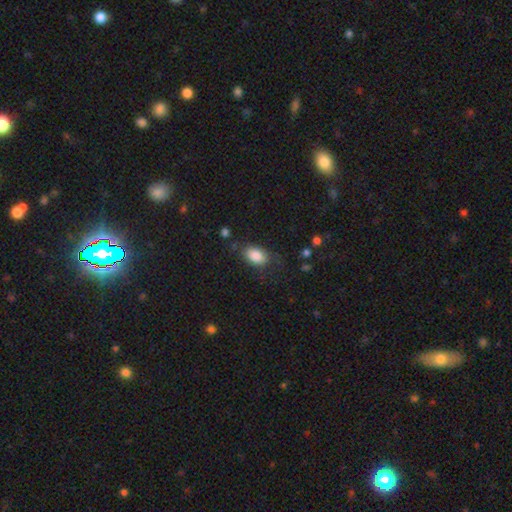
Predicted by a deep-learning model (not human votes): Overall: smooth (85%). How rounded: in between (89%). Merging: none (69%).